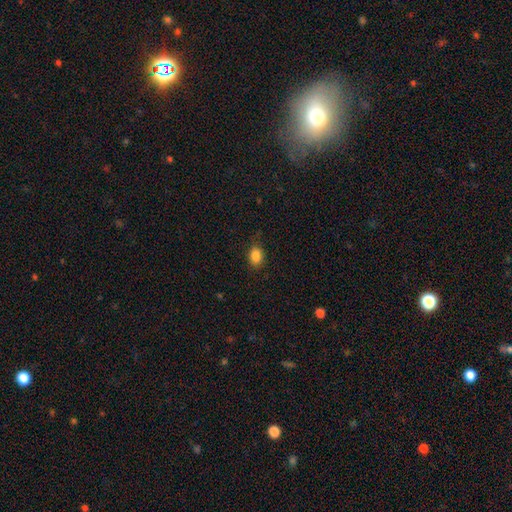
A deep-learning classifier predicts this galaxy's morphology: Q: Smooth or featured?
A: smooth (86%); runner-up: star or artifact (9%)
Q: How rounded?
A: in between (70%); runner-up: round (29%)
Q: Merging?
A: none (82%); runner-up: minor disturbance (14%)